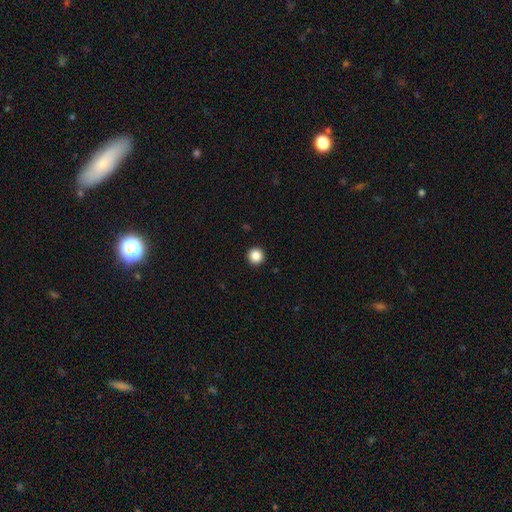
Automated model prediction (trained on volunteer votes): This appears to be a smooth galaxy with no disk features (87%) that is round (96%). Merging: none (94%).